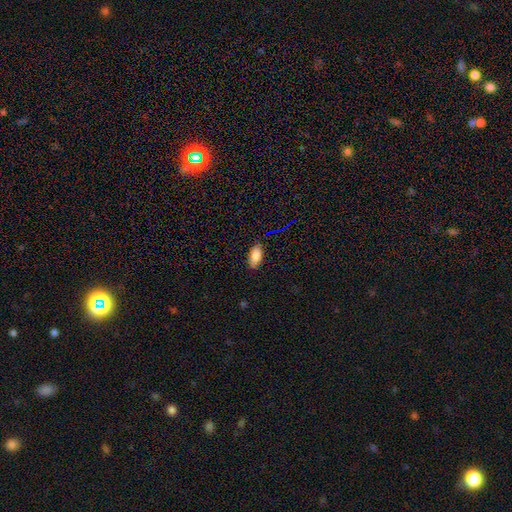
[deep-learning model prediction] smooth_or_featured: smooth (p=0.83) [alt: star or artifact p=0.09]
how_rounded: in between (p=0.89) [alt: cigar-shaped p=0.08]
merging: none (p=0.83) [alt: minor disturbance p=0.13]